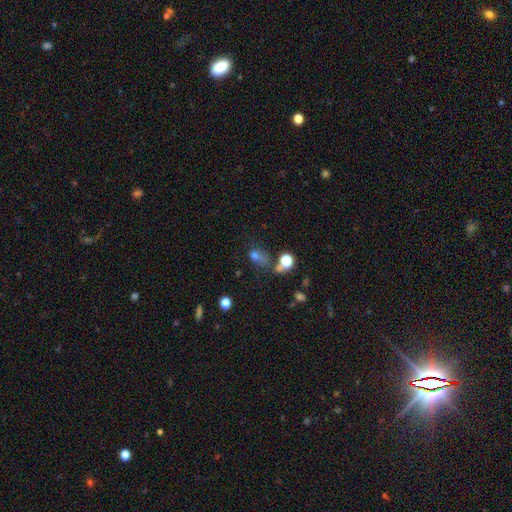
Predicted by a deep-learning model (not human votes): smooth-or-featured: smooth: 60% | star or artifact: 27% | featured or disk: 14%
  how-rounded: in between: 61% | round: 35% | cigar-shaped: 3%
  merging: none: 40% | major disturbance: 21% | minor disturbance: 21% | merger: 18%